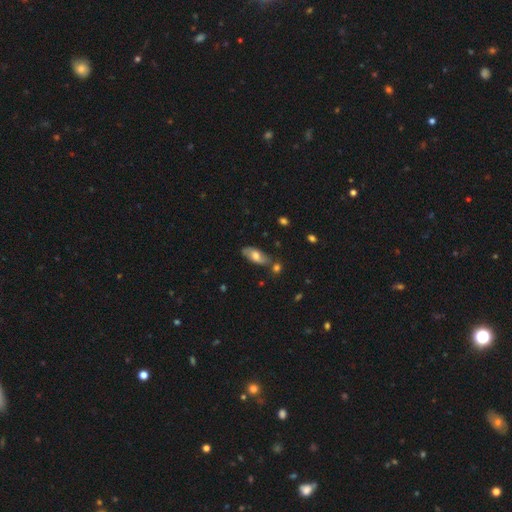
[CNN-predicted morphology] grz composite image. It shows a smooth galaxy with no disk features (58%) that is in between round and cigar-shaped (82%). Merging: none (70%).